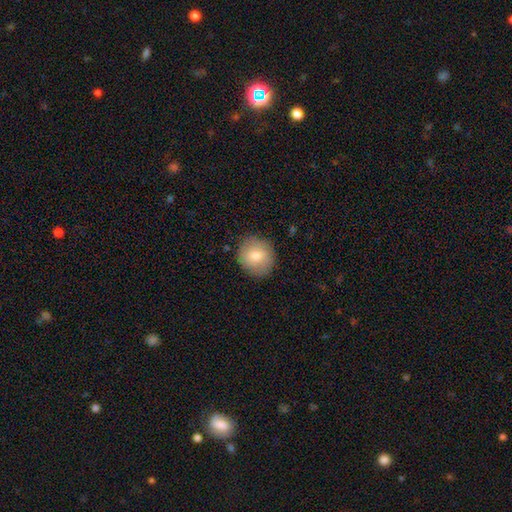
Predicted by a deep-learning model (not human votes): Smooth or featured: smooth — 76% (featured or disk — 17%)
How rounded: round — 83% (in between — 16%)
Merging: none — 86% (minor disturbance — 10%)